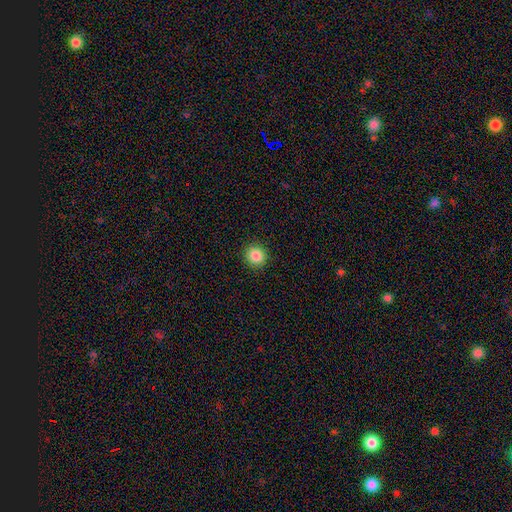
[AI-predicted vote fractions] Smooth or featured?
  - smooth: 86% *
  - star or artifact: 10%
  - featured or disk: 4%
How rounded?
  - round: 93% *
  - in between: 6%
  - cigar-shaped: 1%
Merging?
  - none: 92% *
  - minor disturbance: 5%
  - major disturbance: 2%
  - merger: 1%